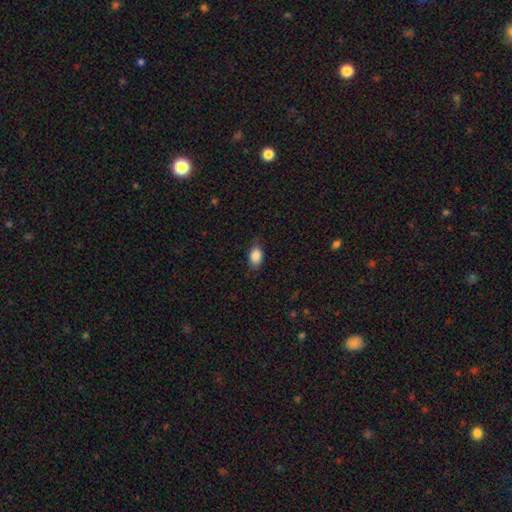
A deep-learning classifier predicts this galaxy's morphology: Q: Smooth or featured?
A: smooth (87%); runner-up: star or artifact (8%)
Q: How rounded?
A: in between (87%); runner-up: round (11%)
Q: Merging?
A: none (75%); runner-up: minor disturbance (20%)